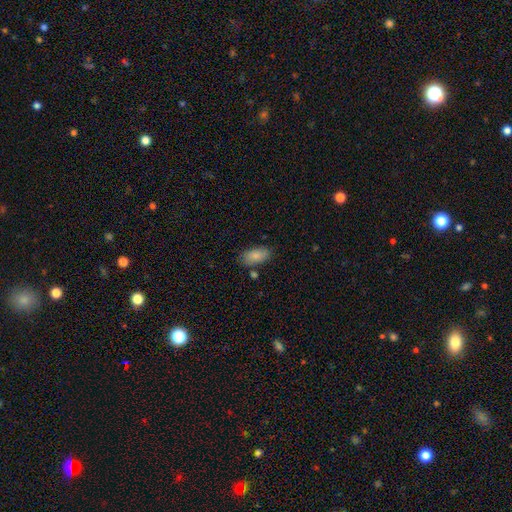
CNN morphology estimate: A smooth galaxy with no disk features (85%) that is in between round and cigar-shaped (92%).

Vote fractions:
- Smooth or featured? smooth: 85% / featured or disk: 8% / star or artifact: 7%
- How rounded? in between: 92% / cigar-shaped: 4% / round: 3%
- Merging? none: 76% / minor disturbance: 15% / merger: 6% / major disturbance: 3%